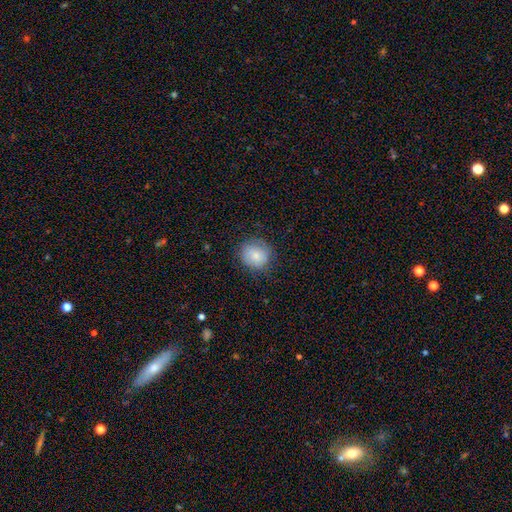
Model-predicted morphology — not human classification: This appears to be a smooth galaxy with no disk features (77%) that is round (87%). Merging: none (76%).